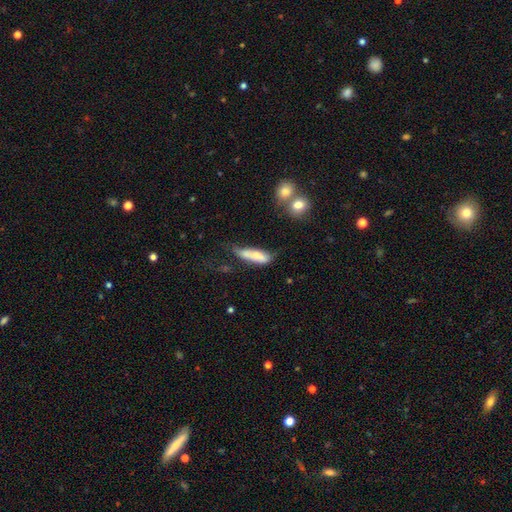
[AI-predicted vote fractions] Overall: smooth (70%). How rounded: cigar-shaped (59%; in between 39%). Merging: minor disturbance (37%; none 33%).